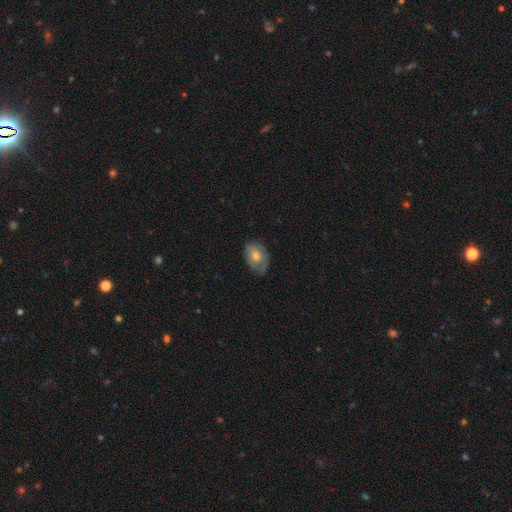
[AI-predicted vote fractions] Smooth or featured? Predicted: smooth (p=0.51). How rounded? Predicted: in between (p=0.76). Merging? Predicted: none (p=0.68).